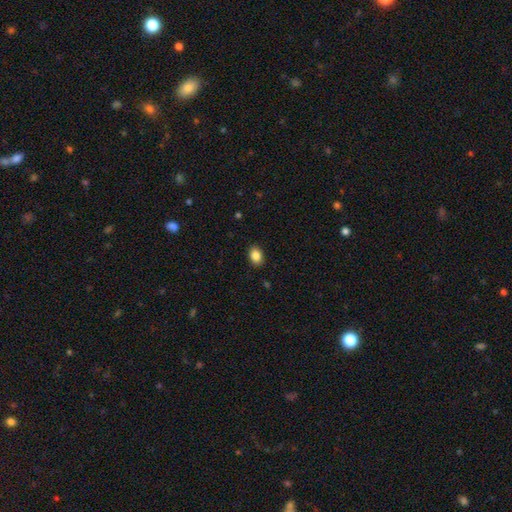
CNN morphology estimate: smooth-or-featured: smooth: 86% | star or artifact: 9% | featured or disk: 5%
  how-rounded: in between: 71% | round: 28% | cigar-shaped: 1%
  merging: none: 90% | minor disturbance: 8% | major disturbance: 2% | merger: 1%